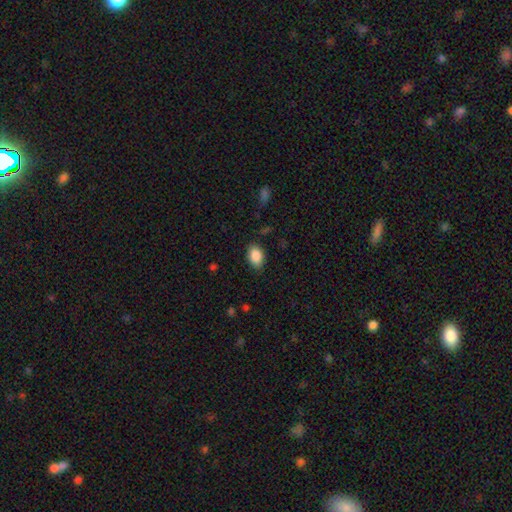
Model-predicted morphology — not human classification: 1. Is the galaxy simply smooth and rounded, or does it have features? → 88% smooth, 8% star or artifact, 5% featured or disk.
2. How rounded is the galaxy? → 86% in between, 13% round, 1% cigar-shaped.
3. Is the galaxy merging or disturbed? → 84% none, 12% minor disturbance, 3% major disturbance, 1% merger.